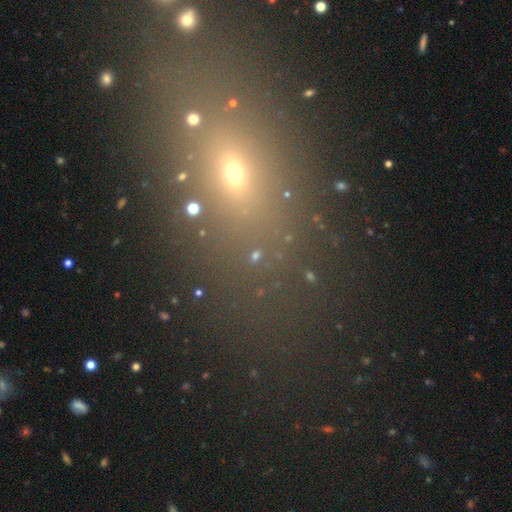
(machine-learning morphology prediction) Overall: smooth (44%; star or artifact 42%). Merging: none (76%).